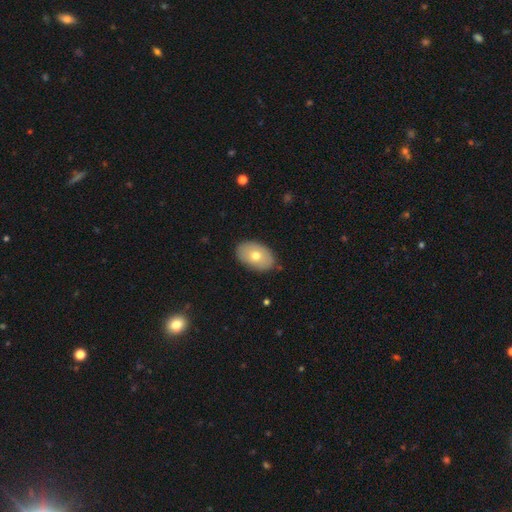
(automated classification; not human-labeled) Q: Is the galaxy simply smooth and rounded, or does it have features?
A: smooth — 68%.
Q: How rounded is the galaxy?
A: in between — 89%.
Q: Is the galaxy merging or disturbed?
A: none — 86%.